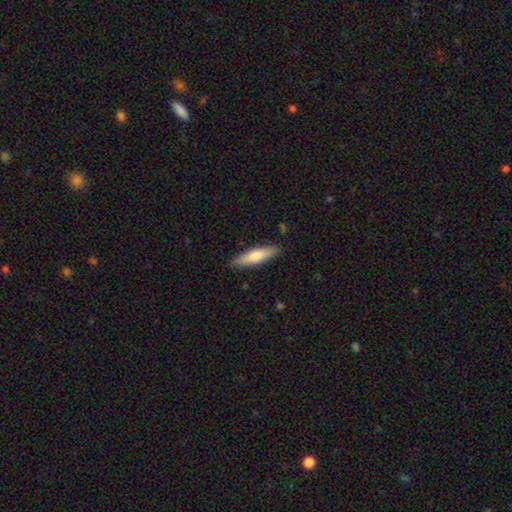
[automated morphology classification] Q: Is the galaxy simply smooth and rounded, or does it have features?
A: smooth — 69%.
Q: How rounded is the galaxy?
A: cigar-shaped — 76%.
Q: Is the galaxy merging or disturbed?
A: none — 88%.